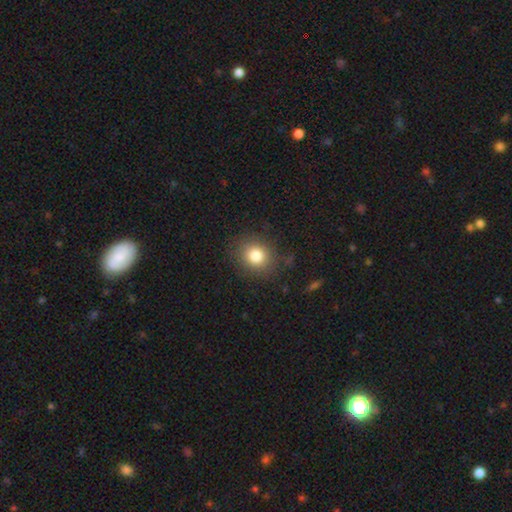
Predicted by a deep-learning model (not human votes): Morphology: type=smooth (82%); roundness=round (74%); merging=none (85%).